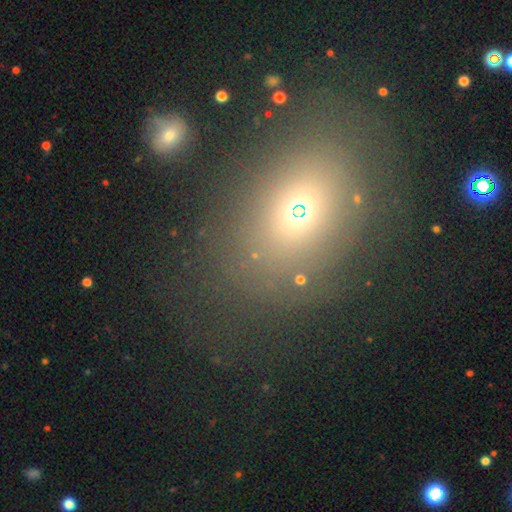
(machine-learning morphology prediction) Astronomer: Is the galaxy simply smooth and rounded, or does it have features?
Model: smooth — 51% (runner-up: star or artifact, 36%).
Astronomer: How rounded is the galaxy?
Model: round — 54% (runner-up: in between, 42%).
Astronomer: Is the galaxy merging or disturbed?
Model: none — 75%.